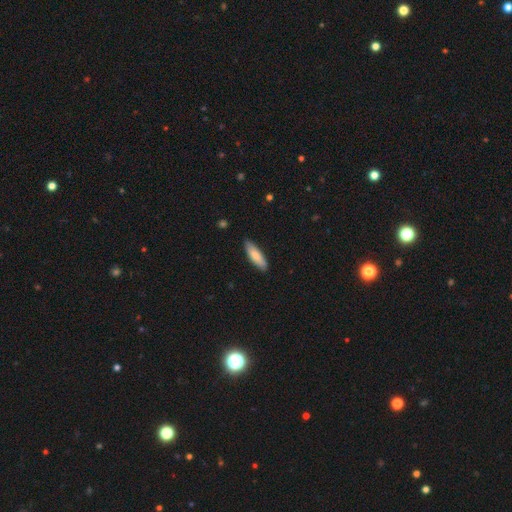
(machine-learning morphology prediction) A smooth galaxy with no disk features (83%) that is cigar-shaped (57%). Merging: none (86%).